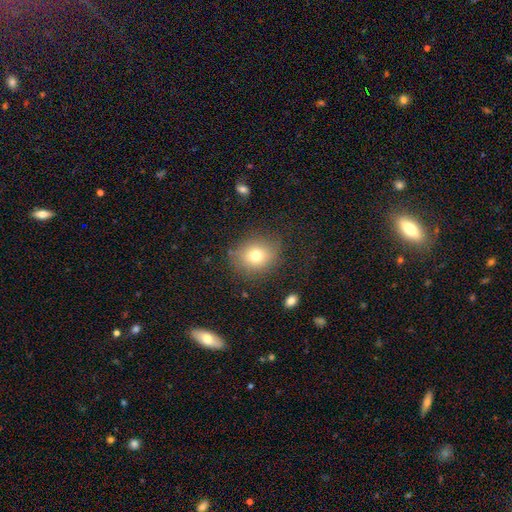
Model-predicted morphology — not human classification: This is likely a smooth galaxy (74%). How rounded: likely round (73%). Merging: clearly none (80%).